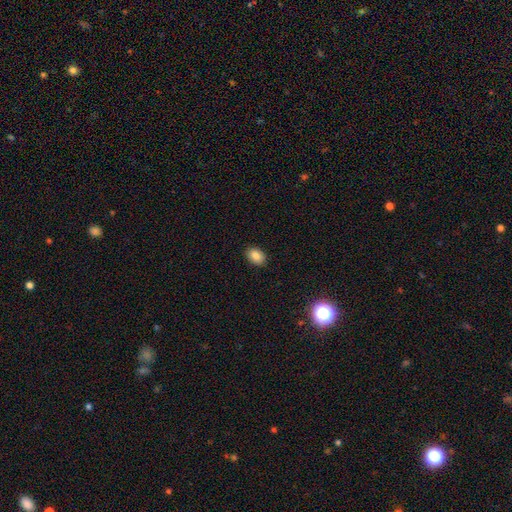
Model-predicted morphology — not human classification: Smooth or featured?
  - smooth: 85% *
  - star or artifact: 9%
  - featured or disk: 6%
How rounded?
  - in between: 74% *
  - round: 25%
  - cigar-shaped: 1%
Merging?
  - none: 90% *
  - minor disturbance: 8%
  - major disturbance: 2%
  - merger: 1%